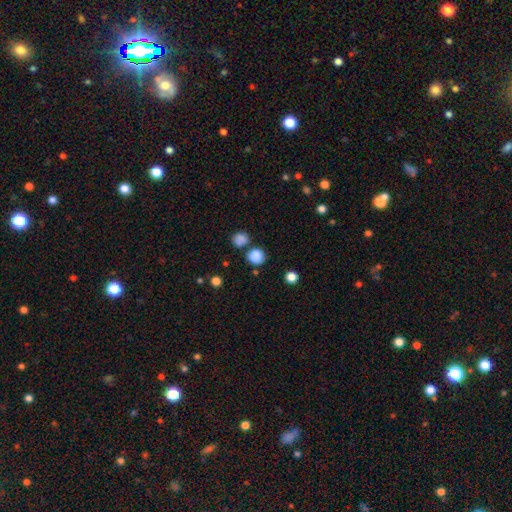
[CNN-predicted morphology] The model was most divided on "merging": none: 69%, merger: 17%, minor disturbance: 10%, major disturbance: 4%. More confident: how rounded — round (86%); smooth or featured — smooth (85%).